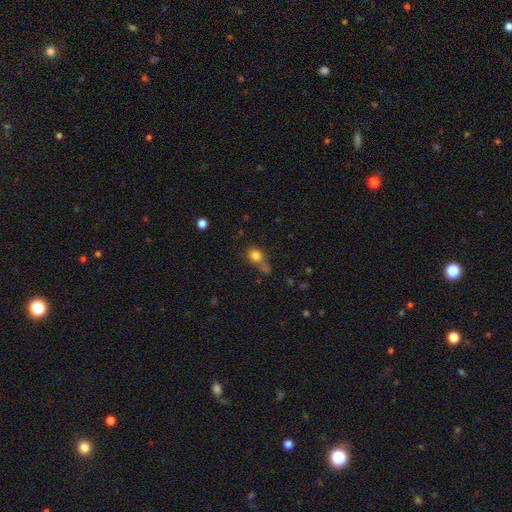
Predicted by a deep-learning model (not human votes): This is likely a smooth galaxy (79%). How rounded: likely round (70%). Merging: marginally none (41%).